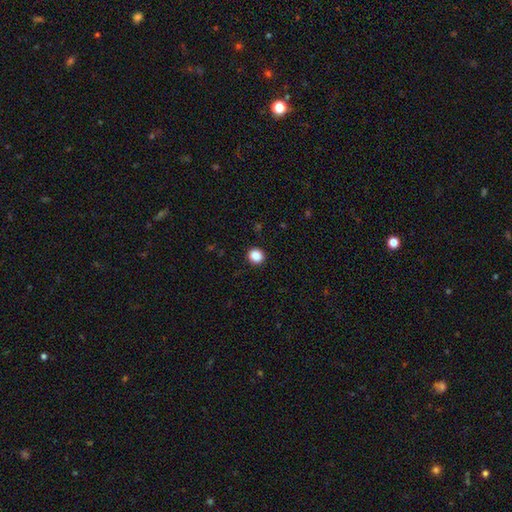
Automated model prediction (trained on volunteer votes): Smooth or featured? Predicted: smooth (p=0.88). How rounded? Predicted: round (p=0.84). Merging? Predicted: none (p=0.91).